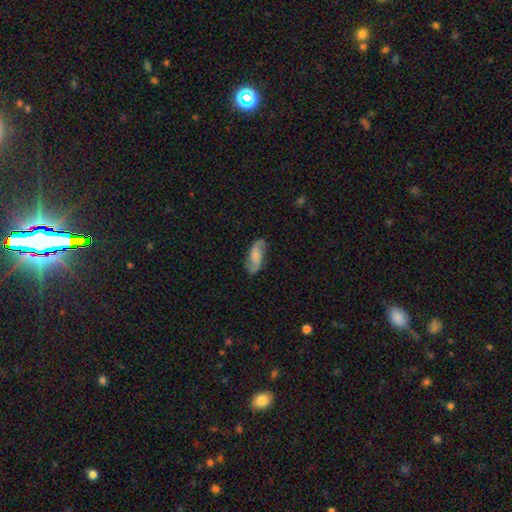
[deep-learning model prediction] This appears to be a featured or disk galaxy (66%) with no bar (49%), 2 (92%) loose (51%) spiral arms (94%) and no central bulge (44%). Merging: none (79%).